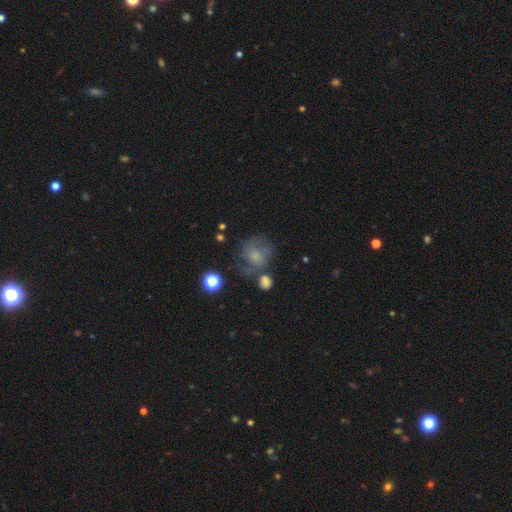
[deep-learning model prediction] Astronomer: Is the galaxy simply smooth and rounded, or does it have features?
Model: smooth — 51% (runner-up: featured or disk, 35%).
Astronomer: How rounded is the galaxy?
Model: round — 73%.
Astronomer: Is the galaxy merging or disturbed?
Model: none — 44% (runner-up: minor disturbance, 23%).